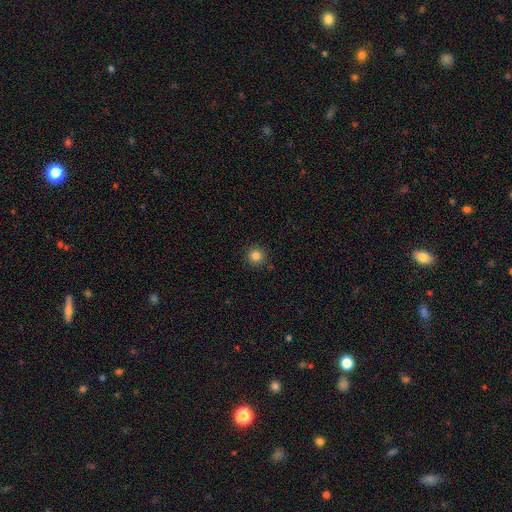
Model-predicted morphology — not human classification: smooth-or-featured: smooth: 84% | star or artifact: 12% | featured or disk: 5%
  how-rounded: round: 95% | in between: 4% | cigar-shaped: 1%
  merging: none: 90% | minor disturbance: 7% | major disturbance: 2% | merger: 1%